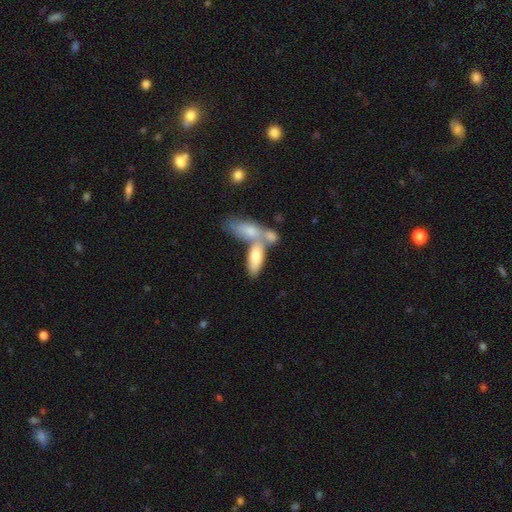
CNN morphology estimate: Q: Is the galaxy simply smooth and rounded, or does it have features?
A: smooth — 69%.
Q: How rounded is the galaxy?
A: in between — 71%.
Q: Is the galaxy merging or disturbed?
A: merger — 57%.